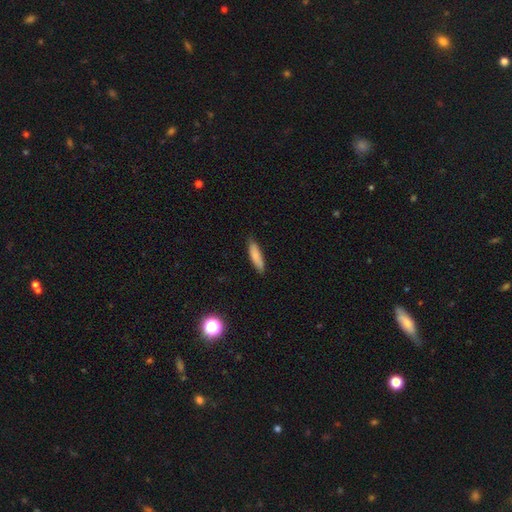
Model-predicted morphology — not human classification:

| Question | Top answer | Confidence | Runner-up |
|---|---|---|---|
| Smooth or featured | smooth | 82% | featured or disk (12%) |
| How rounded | cigar-shaped | 70% | in between (28%) |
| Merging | none | 83% | minor disturbance (14%) |